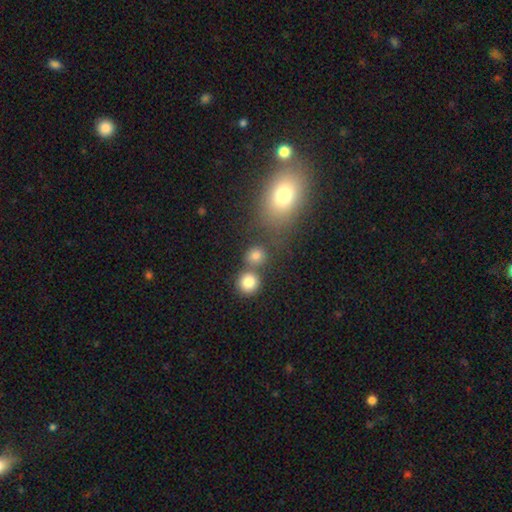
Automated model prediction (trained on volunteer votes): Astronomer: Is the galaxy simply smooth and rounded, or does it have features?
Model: smooth — 80%.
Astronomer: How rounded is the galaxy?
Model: round — 84%.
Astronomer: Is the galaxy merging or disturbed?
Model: none — 65%.